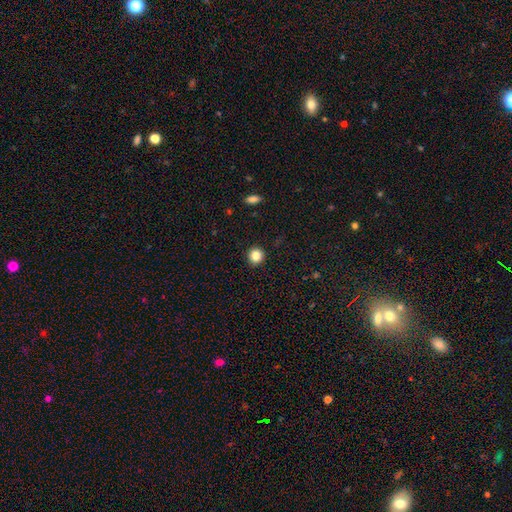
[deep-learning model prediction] smooth_or_featured: smooth (p=0.84) [alt: star or artifact p=0.11]
how_rounded: round (p=0.92) [alt: in between p=0.07]
merging: none (p=0.92) [alt: minor disturbance p=0.05]